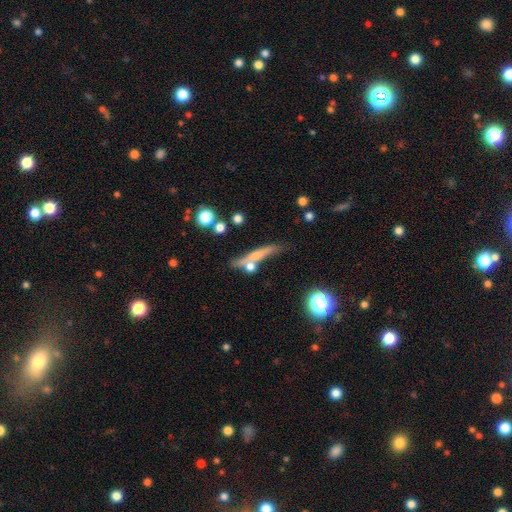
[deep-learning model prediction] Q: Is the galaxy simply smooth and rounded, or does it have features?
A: smooth — 46%.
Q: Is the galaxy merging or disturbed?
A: none — 60%.